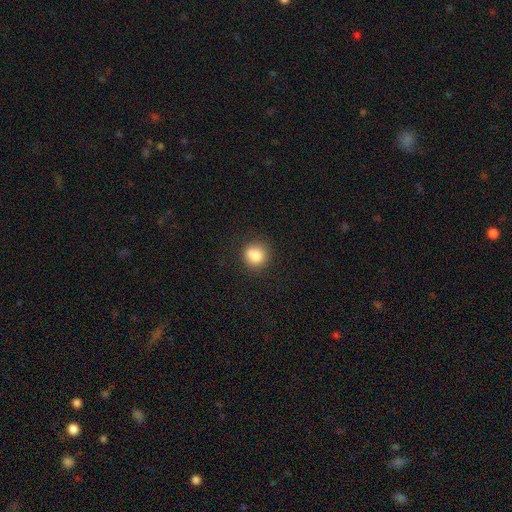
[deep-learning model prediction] Overall: smooth (84%). How rounded: round (85%). Merging: none (82%).